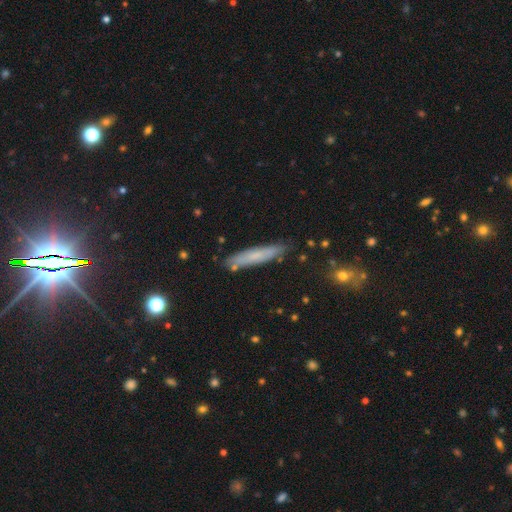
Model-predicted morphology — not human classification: Q: Smooth or featured?
A: smooth (59%); runner-up: featured or disk (32%)
Q: How rounded?
A: cigar-shaped (90%); runner-up: in between (9%)
Q: Merging?
A: none (82%); runner-up: minor disturbance (13%)